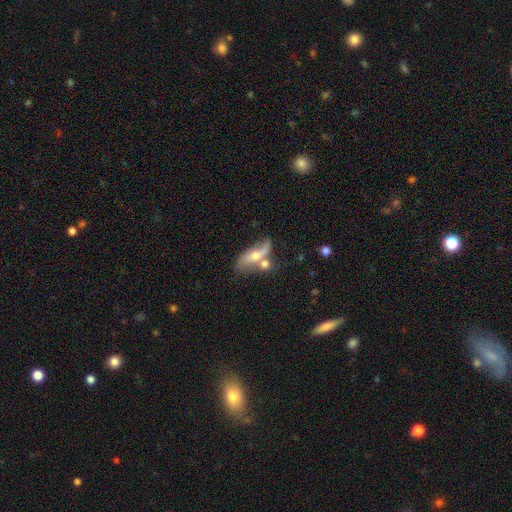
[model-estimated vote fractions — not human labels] Smooth or featured? Predicted: featured or disk (p=0.59). Edge-on disk? Predicted: no (p=0.79). Merging? Predicted: none (p=0.43).